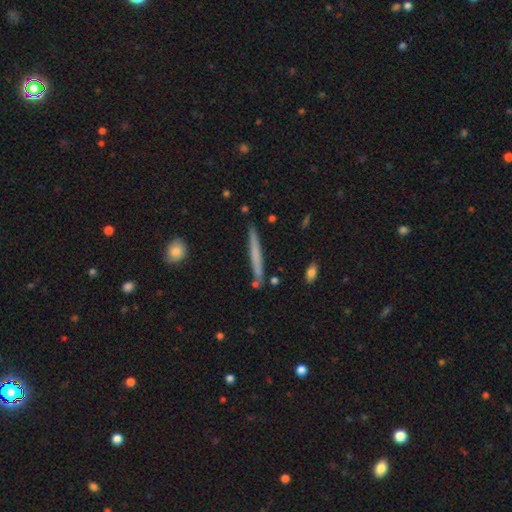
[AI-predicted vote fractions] A smooth galaxy with no disk features (53%) that is cigar-shaped (96%).

Vote fractions:
- Smooth or featured? smooth: 53% / featured or disk: 41% / star or artifact: 7%
- How rounded? cigar-shaped: 96% / in between: 2% / round: 2%
- Merging? none: 88% / minor disturbance: 8% / merger: 3% / major disturbance: 2%